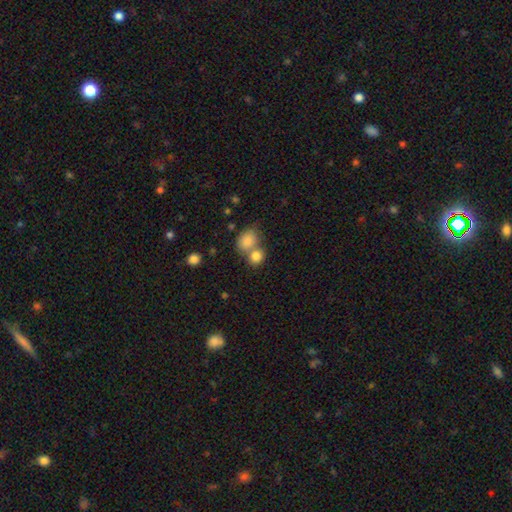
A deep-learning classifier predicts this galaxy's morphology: Smooth or featured?
  - smooth: 82% *
  - star or artifact: 10%
  - featured or disk: 8%
How rounded?
  - round: 65% *
  - in between: 34%
  - cigar-shaped: 1%
Merging?
  - merger: 49% *
  - none: 41%
  - minor disturbance: 8%
  - major disturbance: 3%